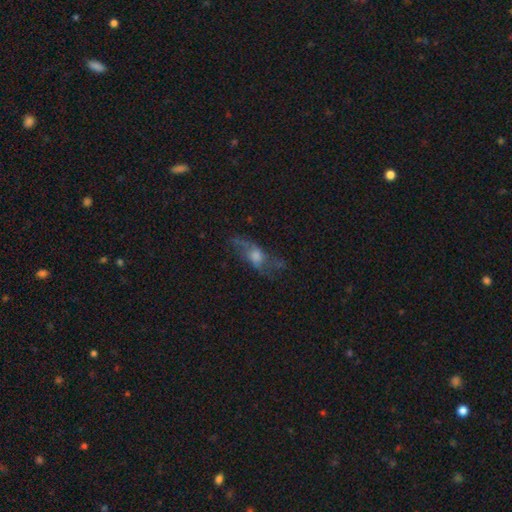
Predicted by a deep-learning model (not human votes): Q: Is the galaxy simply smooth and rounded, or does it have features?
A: featured or disk — 58%.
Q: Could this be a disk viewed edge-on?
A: no — 71%.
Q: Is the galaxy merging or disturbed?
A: none — 62%.